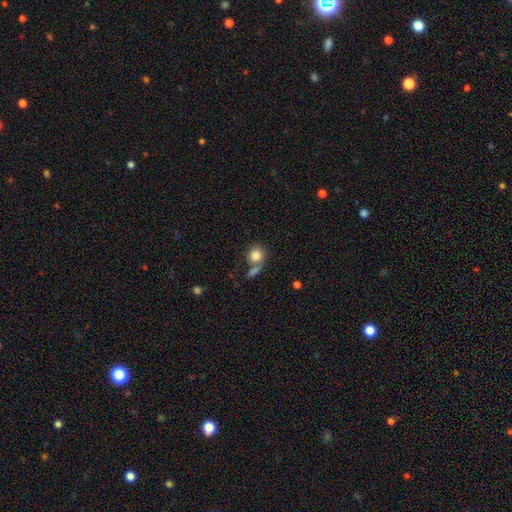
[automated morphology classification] This appears to be a smooth galaxy with no disk features (82%) that is round (79%). Merging: none (44%).